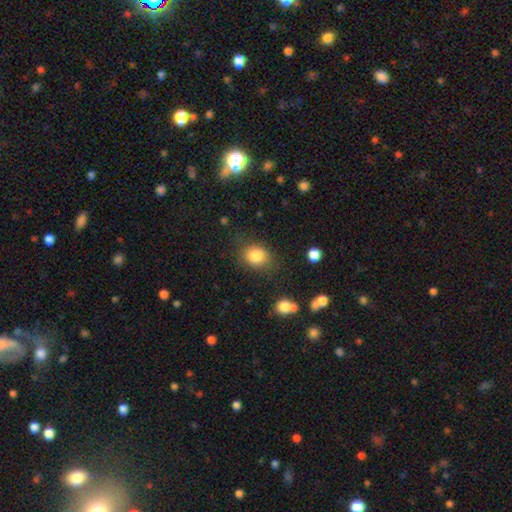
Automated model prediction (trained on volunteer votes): Smooth or featured?
  - smooth: 83% *
  - star or artifact: 10%
  - featured or disk: 7%
How rounded?
  - round: 57% *
  - in between: 42%
  - cigar-shaped: 1%
Merging?
  - none: 76% *
  - minor disturbance: 16%
  - major disturbance: 6%
  - merger: 3%